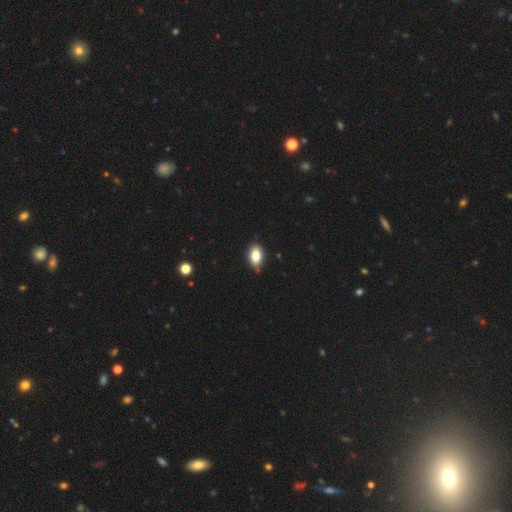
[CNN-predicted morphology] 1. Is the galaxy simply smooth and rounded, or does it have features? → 81% smooth, 10% featured or disk, 8% star or artifact.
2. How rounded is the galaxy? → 88% in between, 10% round, 3% cigar-shaped.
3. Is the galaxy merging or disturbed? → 78% none, 18% minor disturbance, 2% major disturbance, 2% merger.